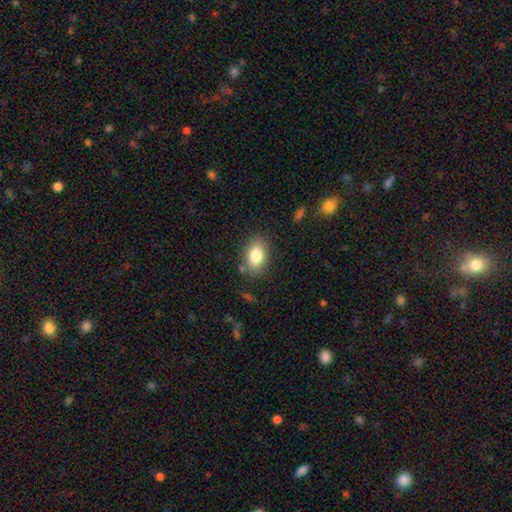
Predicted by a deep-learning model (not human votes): Q: Smooth or featured?
A: smooth (81%); runner-up: featured or disk (11%)
Q: How rounded?
A: in between (82%); runner-up: round (16%)
Q: Merging?
A: none (81%); runner-up: minor disturbance (13%)